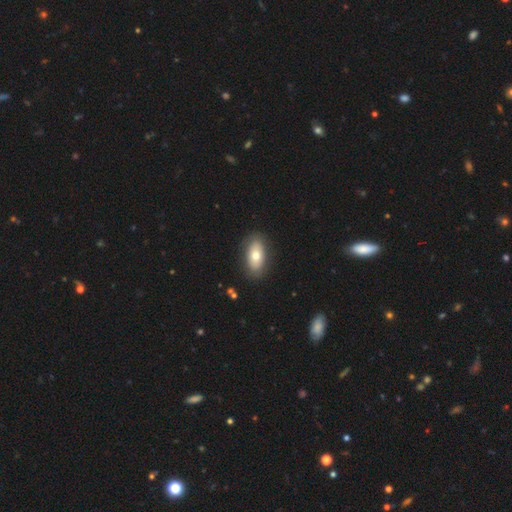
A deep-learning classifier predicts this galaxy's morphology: Overall: smooth (67%). How rounded: in between (91%). Merging: none (85%).